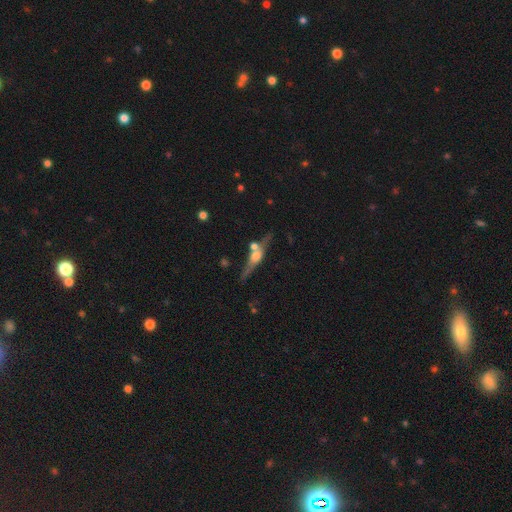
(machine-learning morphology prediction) smooth-or-featured: featured or disk: 73% | smooth: 20% | star or artifact: 7%
  disk-edge-on: yes: 93% | no: 7%
    edge-on-bulge: rounded: 91% | boxy: 6% | none: 3%
  merging: none: 66% | merger: 16% | minor disturbance: 13% | major disturbance: 5%